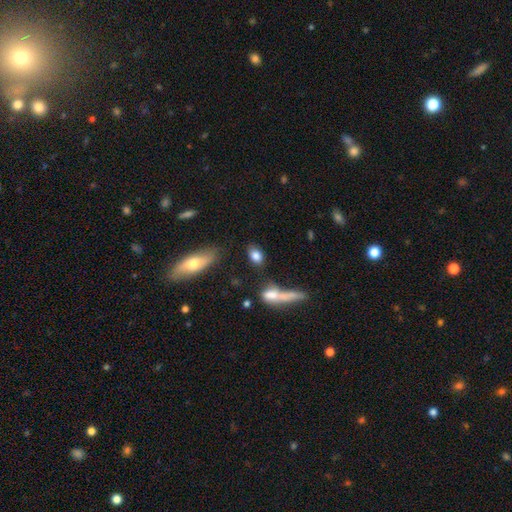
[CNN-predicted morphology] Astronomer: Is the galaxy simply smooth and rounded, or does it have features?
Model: smooth — 82%.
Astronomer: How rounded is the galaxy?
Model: in between — 81%.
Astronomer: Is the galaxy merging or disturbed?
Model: none — 67%.